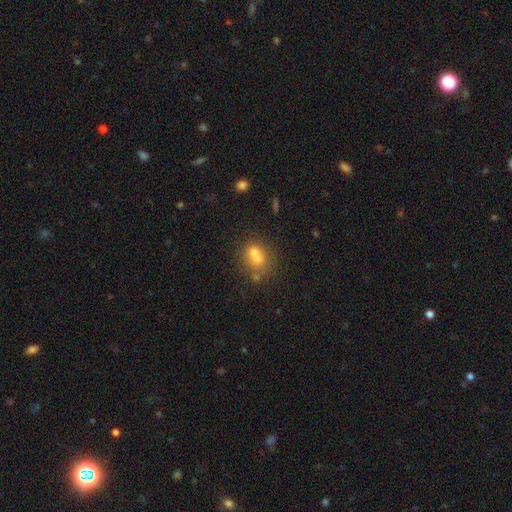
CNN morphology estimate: A smooth galaxy with no disk features (65%) that is round (62%).

Vote fractions:
- Smooth or featured? smooth: 65% / featured or disk: 21% / star or artifact: 14%
- How rounded? round: 62% / in between: 36% / cigar-shaped: 1%
- Merging? merger: 49% / none: 35% / minor disturbance: 11% / major disturbance: 6%